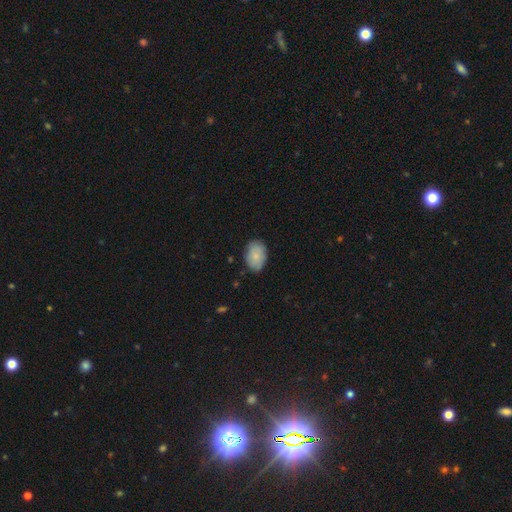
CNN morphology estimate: Q: Smooth or featured?
A: smooth (83%); runner-up: featured or disk (11%)
Q: How rounded?
A: in between (85%); runner-up: round (14%)
Q: Merging?
A: none (81%); runner-up: minor disturbance (15%)